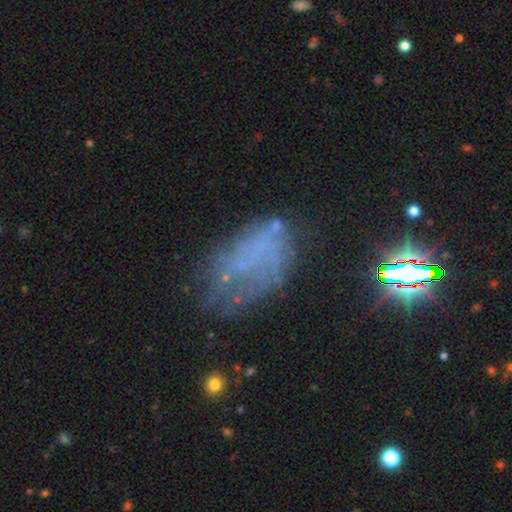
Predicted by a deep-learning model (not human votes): Overall: featured or disk (43%; smooth 32%). Merging: none (45%; minor disturbance 25%).